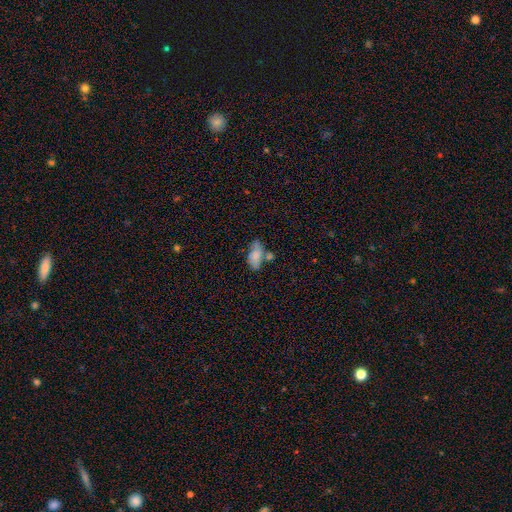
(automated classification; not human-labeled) Smooth or featured? Predicted: smooth (p=0.67). How rounded? Predicted: in between (p=0.90). Merging? Predicted: none (p=0.39).